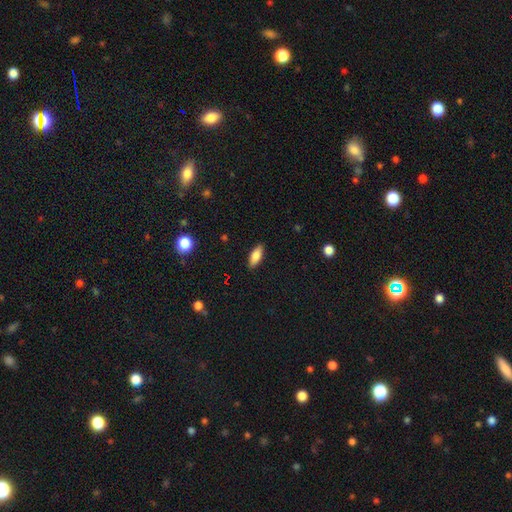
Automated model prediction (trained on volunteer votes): Morphology: type=smooth (81%); roundness=in between (76%); merging=none (88%).